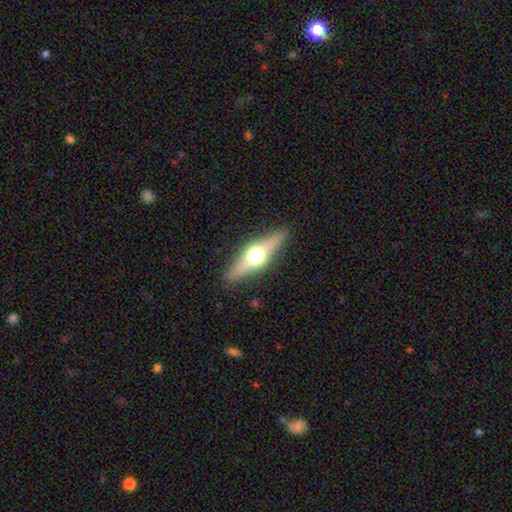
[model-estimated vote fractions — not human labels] Overall: featured or disk (61%; smooth 32%). Edge-on disk: yes (93%). Edge-on bulge: rounded (95%). Merging: none (88%).